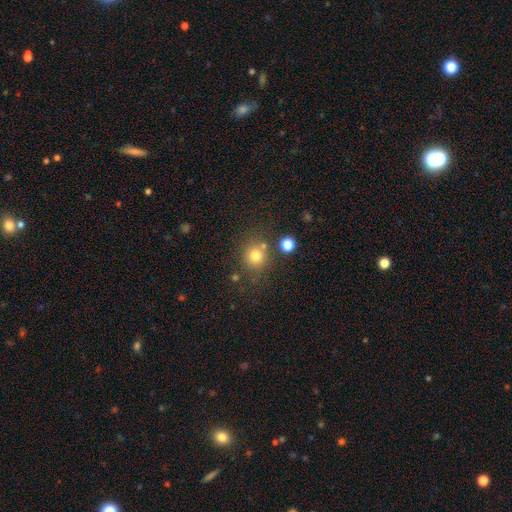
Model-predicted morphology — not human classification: The model was most divided on "merging": none: 73%, merger: 12%, minor disturbance: 11%, major disturbance: 4%. More confident: how rounded — round (87%); smooth or featured — smooth (77%).